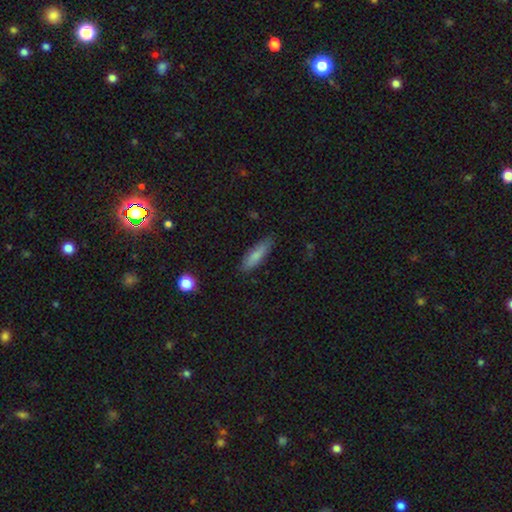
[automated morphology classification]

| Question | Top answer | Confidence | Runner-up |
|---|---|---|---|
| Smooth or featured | smooth | 79% | featured or disk (14%) |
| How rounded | cigar-shaped | 61% | in between (37%) |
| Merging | none | 82% | minor disturbance (14%) |